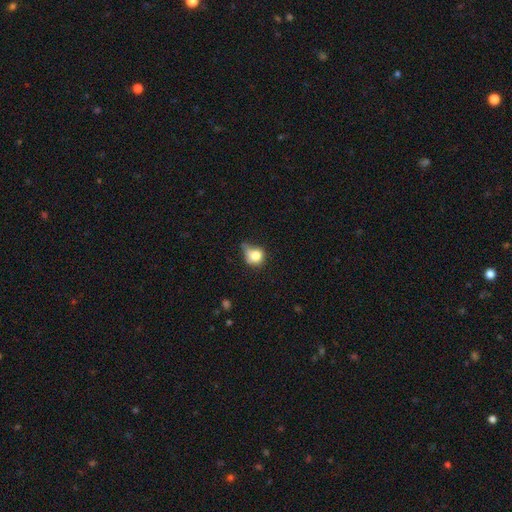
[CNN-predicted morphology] This appears to be a smooth galaxy with no disk features (77%) that is round (68%). Merging: minor disturbance (38%).